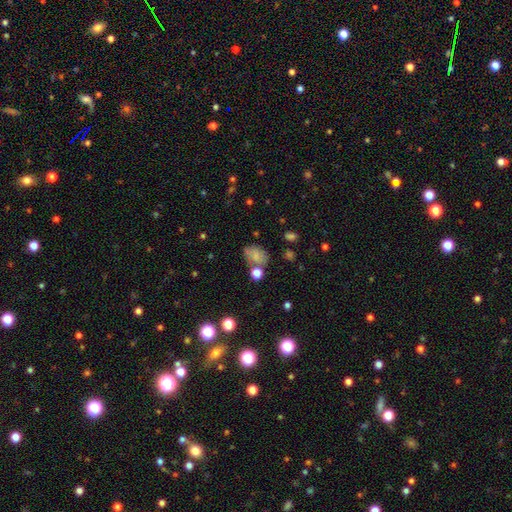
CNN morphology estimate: type=smooth (70%); roundness=in between (75%); merging=none (51%).